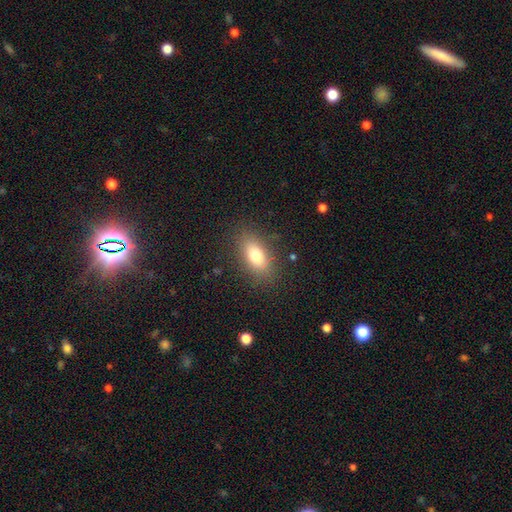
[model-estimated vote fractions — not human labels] smooth 76%, featured or disk 14%, star or artifact 9%. Down the decision tree: how rounded — in between (84%); merging — none (84%).